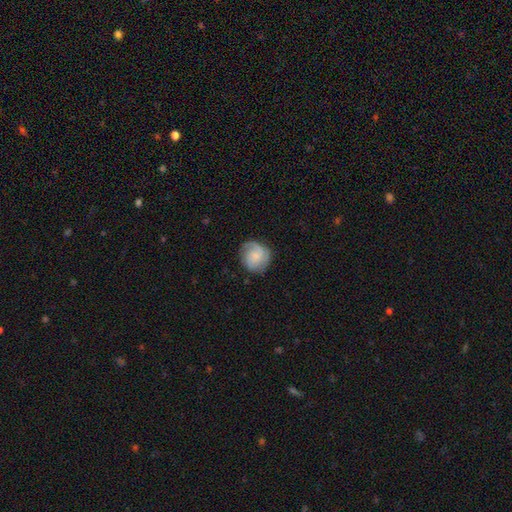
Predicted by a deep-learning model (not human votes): A featured or disk galaxy (50%). Merging: none (72%).